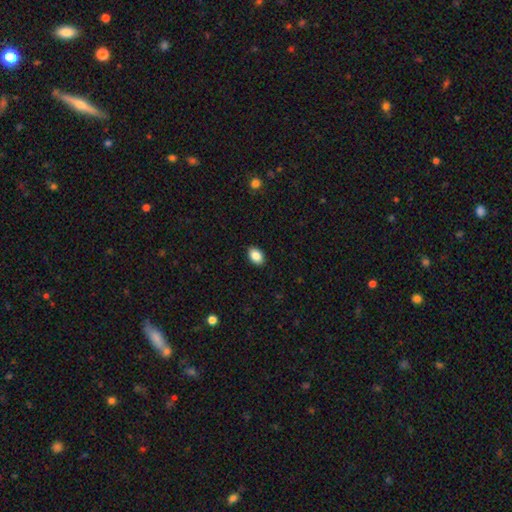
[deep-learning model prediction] Q: Smooth or featured?
A: smooth (87%); runner-up: star or artifact (8%)
Q: How rounded?
A: in between (84%); runner-up: round (15%)
Q: Merging?
A: none (90%); runner-up: minor disturbance (8%)